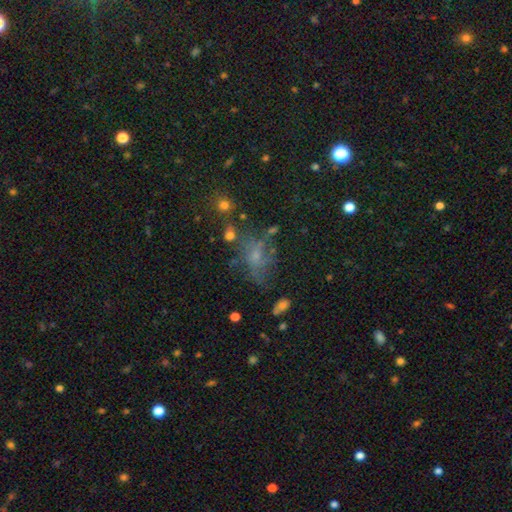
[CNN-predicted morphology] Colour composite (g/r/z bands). It shows a smooth galaxy with no disk features (41%). Merging: none (46%).